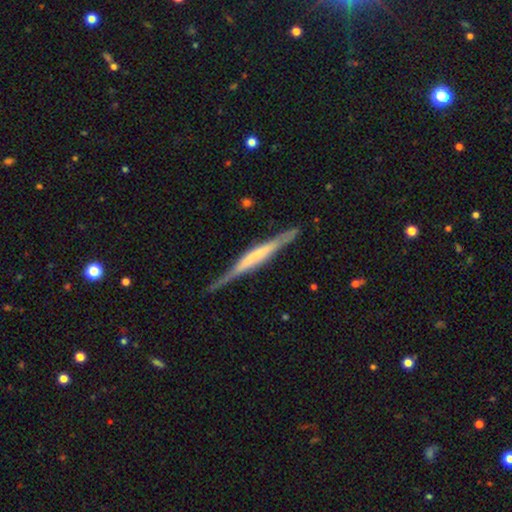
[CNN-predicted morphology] Q: Smooth or featured?
A: featured or disk (70%); runner-up: smooth (25%)
Q: Edge-on disk?
A: yes (96%); runner-up: no (4%)
Q: Edge-on bulge?
A: boxy (41%); runner-up: none (39%)
Q: Merging?
A: none (77%); runner-up: minor disturbance (17%)